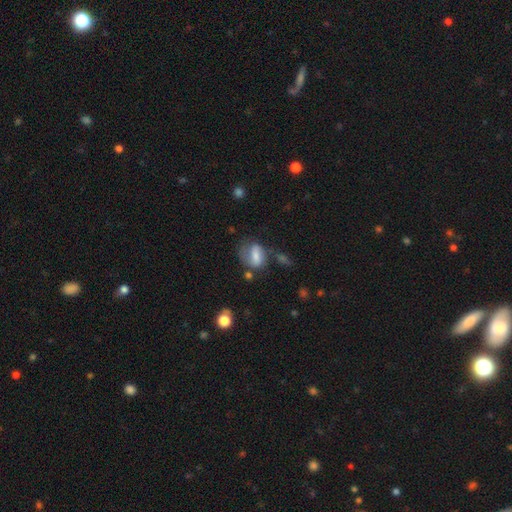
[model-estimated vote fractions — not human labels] A smooth galaxy with no disk features (51%) that is in between round and cigar-shaped (73%). Merging: none (47%).